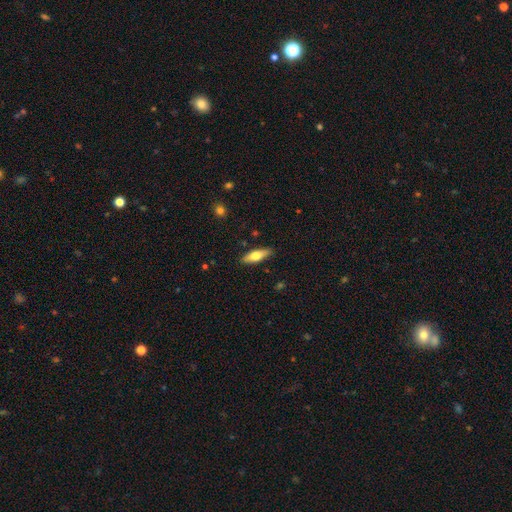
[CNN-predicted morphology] type=smooth (61%); roundness=in between (52%); merging=none (88%).